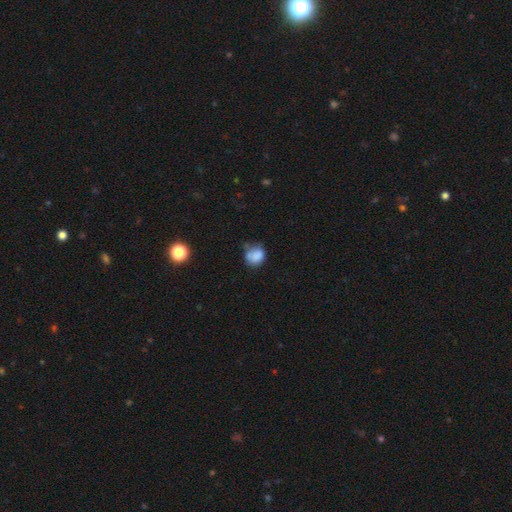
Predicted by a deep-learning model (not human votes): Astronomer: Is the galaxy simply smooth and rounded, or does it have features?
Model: smooth — 78%.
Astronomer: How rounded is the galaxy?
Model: round — 70%.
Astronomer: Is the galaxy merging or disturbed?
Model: none — 45% (runner-up: minor disturbance, 31%).